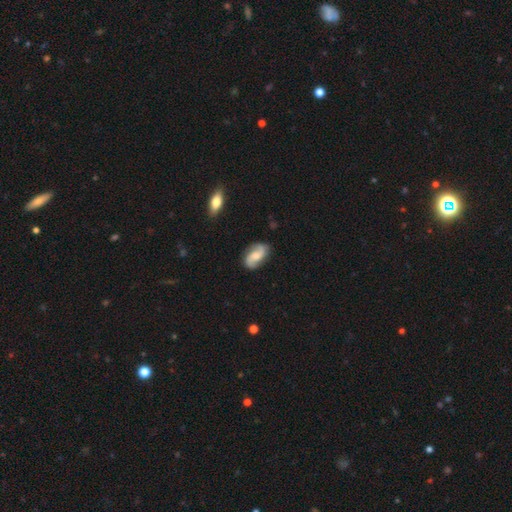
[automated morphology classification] A featured or disk galaxy (76%) with no bar (54%), 2 (92%) loose (45%) spiral arms (96%) and a moderate central bulge (47%).

Vote fractions:
- Smooth or featured? featured or disk: 76% / smooth: 18% / star or artifact: 6%
- Edge-on disk? no: 97% / yes: 3%
- Bar? no: 54% / weak: 37% / strong: 9%
- Spiral arms? yes: 96% / no: 4%
- Spiral winding? loose: 45% / medium: 39% / tight: 16%
- Spiral arm count? 2: 92% / can't tell: 3% / 1: 2% / 3: 1% / 4: 1% / more than 4: 1%
- Bulge size? moderate: 47% / small: 36% / none: 9% / large: 6% / dominant: 2%
- Merging? none: 83% / minor disturbance: 13% / major disturbance: 3% / merger: 1%